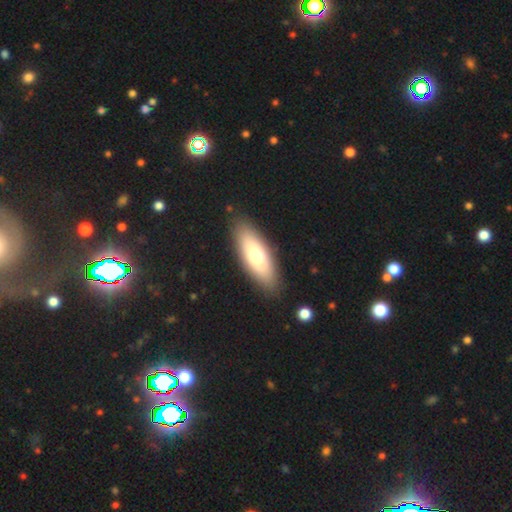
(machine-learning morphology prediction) smooth_or_featured: smooth (p=0.61) [alt: featured or disk p=0.33]
how_rounded: in between (p=0.70) [alt: cigar-shaped p=0.27]
merging: none (p=0.86) [alt: minor disturbance p=0.09]